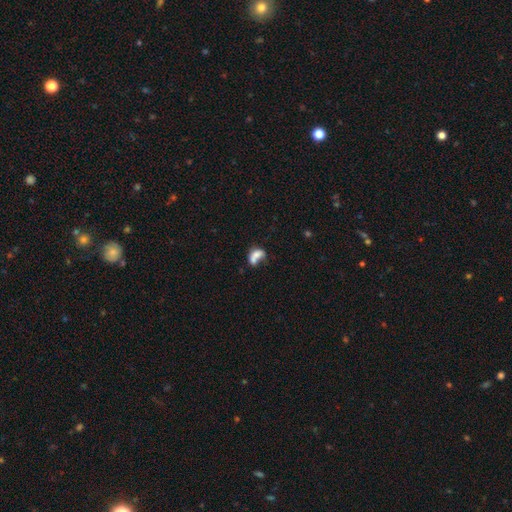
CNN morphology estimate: Q: Smooth or featured?
A: smooth (68%); runner-up: featured or disk (21%)
Q: How rounded?
A: in between (76%); runner-up: round (21%)
Q: Merging?
A: merger (56%); runner-up: none (19%)